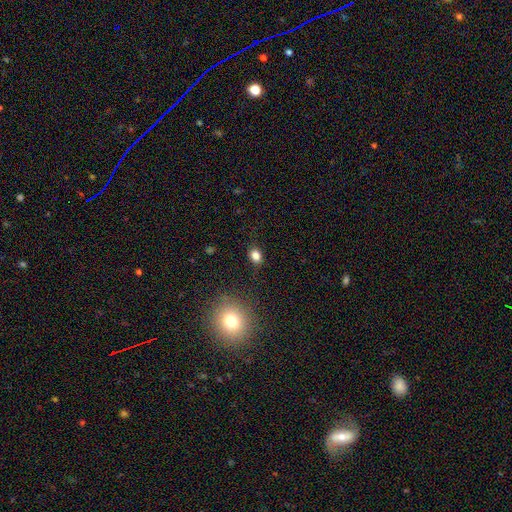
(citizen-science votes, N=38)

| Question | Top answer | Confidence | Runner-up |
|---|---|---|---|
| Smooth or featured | smooth | 92% | star or artifact (5%) |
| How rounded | in between | 54% | round (46%) |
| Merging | none | 94% | minor disturbance (3%) |